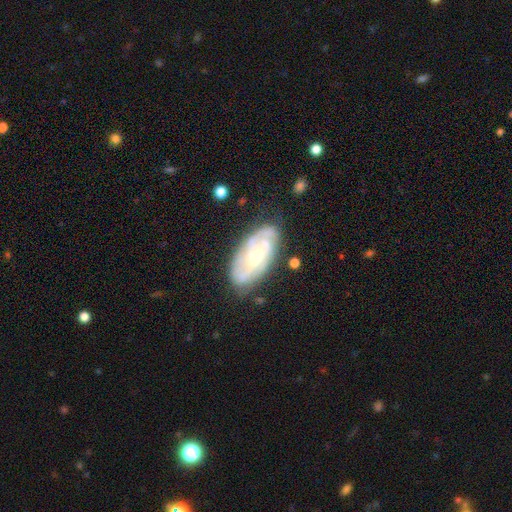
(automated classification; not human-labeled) smooth-or-featured: featured or disk: 73% | smooth: 21% | star or artifact: 6%
  disk-edge-on: no: 94% | yes: 6%
    bar: no: 58% | weak: 34% | strong: 8%
    has-spiral-arms: yes: 89% | no: 11%
      spiral-winding: tight: 58% | medium: 33% | loose: 9%
      spiral-arm-count: can't tell: 37% | 2: 29% | 3: 20% | 4: 7% | 1: 4% | more than 4: 3%
    bulge-size: moderate: 44% (tied) | small: 44% (tied) | large: 6% | none: 5% | dominant: 1%
  merging: none: 74% | minor disturbance: 19% | major disturbance: 5% | merger: 2%